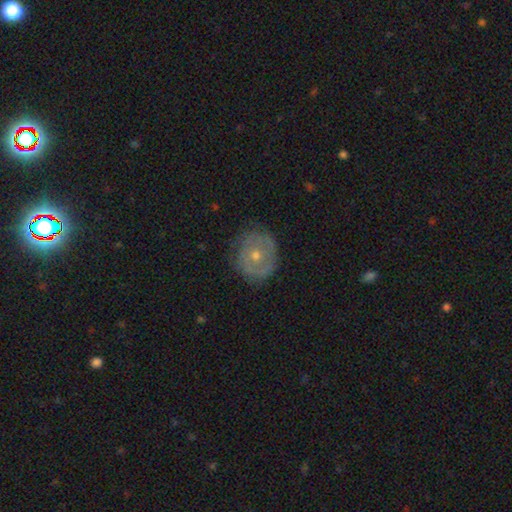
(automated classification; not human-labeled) Morphology: type=featured or disk (58%); edge-on=no (96%); bar=no (87%); spiral arms=yes (52%); bulge=moderate (54%); merging=none (80%).